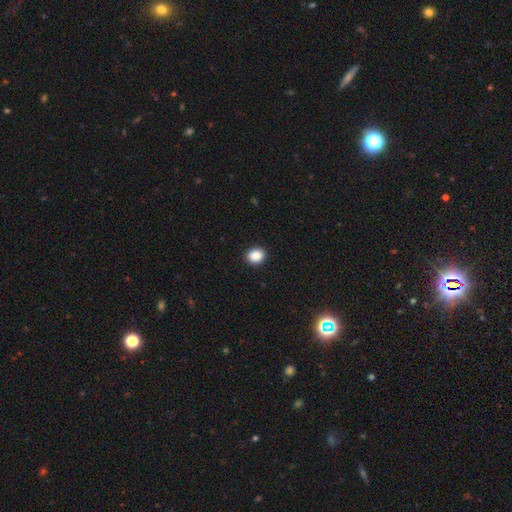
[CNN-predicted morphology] smooth 88%, star or artifact 9%, featured or disk 3%. Down the decision tree: how rounded — round (67%); merging — none (92%).